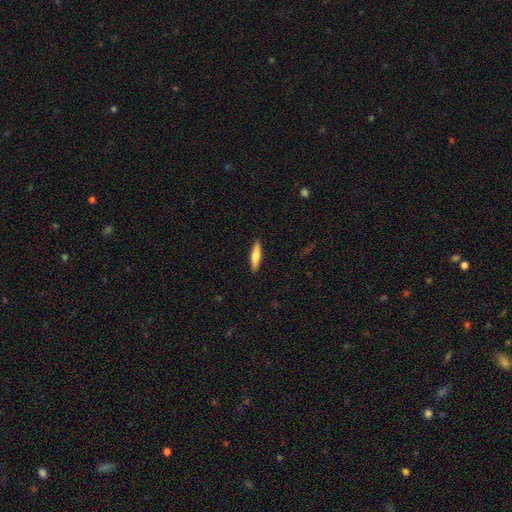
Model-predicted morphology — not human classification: Overall: smooth (73%). How rounded: cigar-shaped (74%). Merging: none (91%).